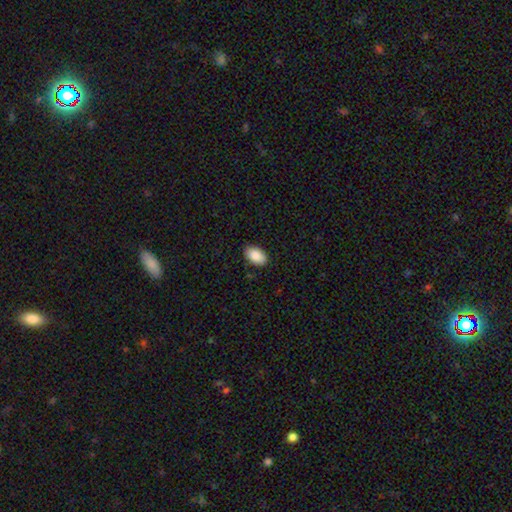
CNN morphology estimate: Overall: smooth (88%). How rounded: in between (92%). Merging: none (86%).